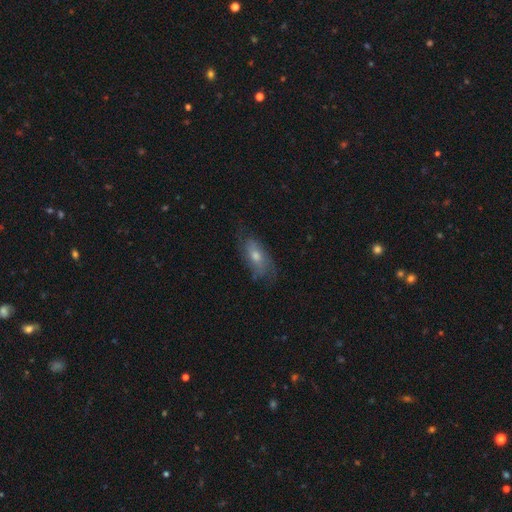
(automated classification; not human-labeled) This is possibly a featured or disk galaxy (49%). Merging: likely none (66%).